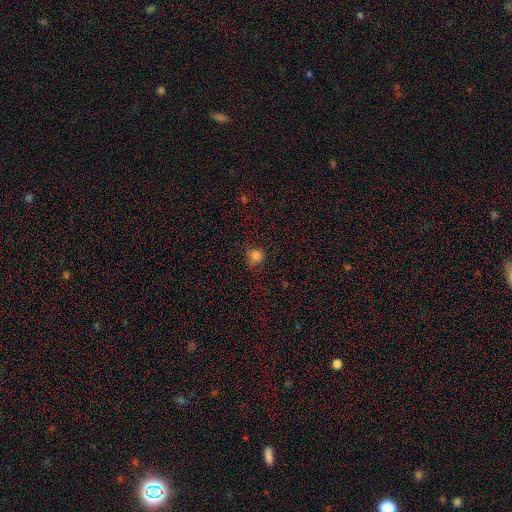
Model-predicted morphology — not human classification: Smooth or featured?
  - smooth: 81% *
  - star or artifact: 15%
  - featured or disk: 4%
How rounded?
  - round: 87% *
  - in between: 12%
  - cigar-shaped: 1%
Merging?
  - none: 73% *
  - minor disturbance: 19%
  - major disturbance: 6%
  - merger: 2%